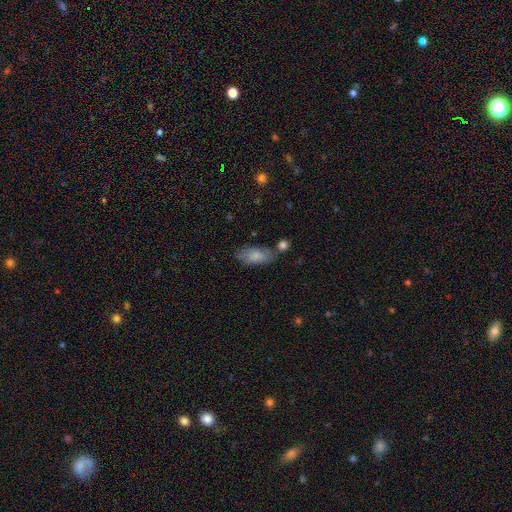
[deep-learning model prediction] A smooth galaxy with no disk features (78%) that is in between round and cigar-shaped (86%).

Vote fractions:
- Smooth or featured? smooth: 78% / featured or disk: 16% / star or artifact: 6%
- How rounded? in between: 86% / cigar-shaped: 11% / round: 2%
- Merging? none: 65% / minor disturbance: 21% / merger: 8% / major disturbance: 6%